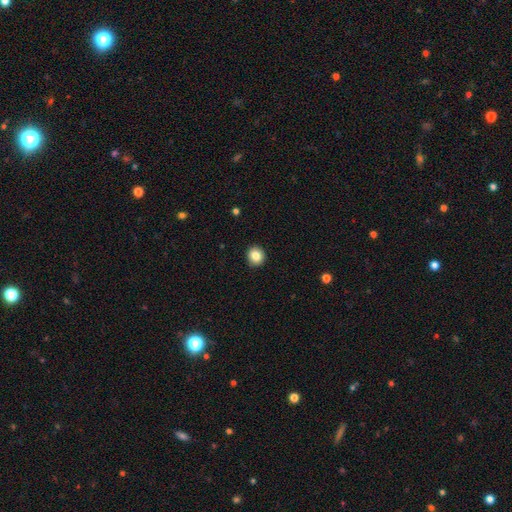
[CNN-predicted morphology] smooth 85%, star or artifact 9%, featured or disk 6%. Down the decision tree: how rounded — round (89%); merging — none (92%).